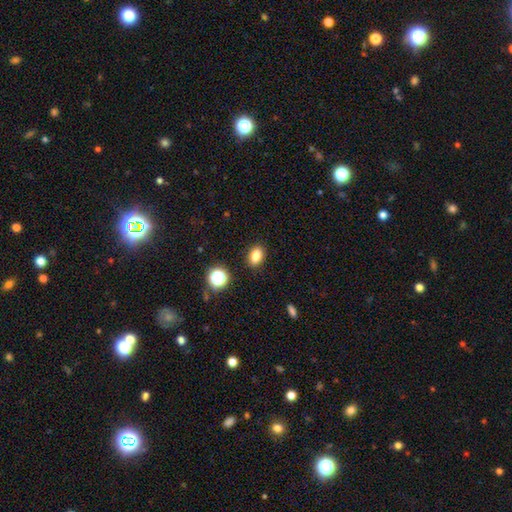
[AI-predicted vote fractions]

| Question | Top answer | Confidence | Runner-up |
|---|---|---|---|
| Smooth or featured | smooth | 81% | star or artifact (13%) |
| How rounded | in between | 76% | round (22%) |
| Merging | none | 88% | minor disturbance (8%) |